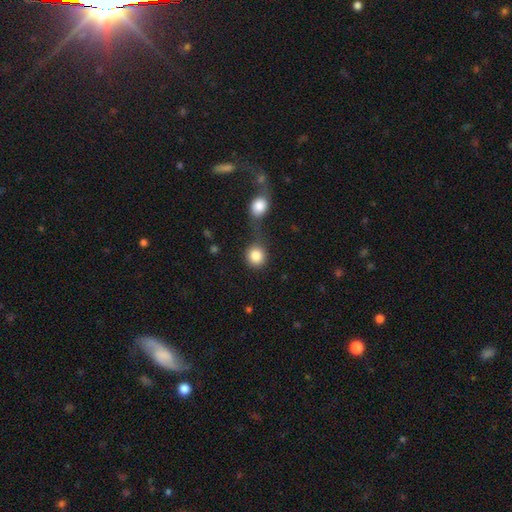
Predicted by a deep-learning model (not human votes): Q: Smooth or featured?
A: smooth (86%); runner-up: star or artifact (8%)
Q: How rounded?
A: round (88%); runner-up: in between (11%)
Q: Merging?
A: none (55%); runner-up: merger (28%)